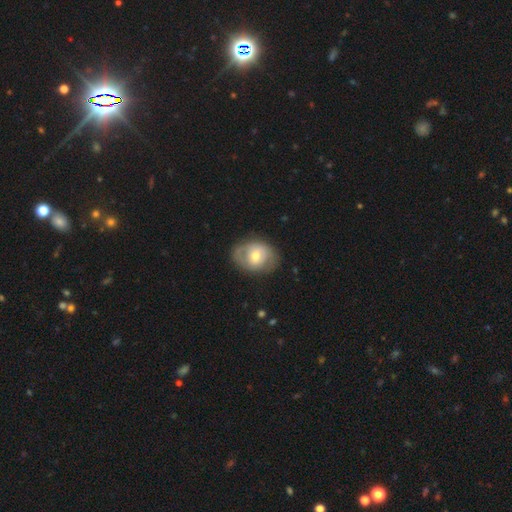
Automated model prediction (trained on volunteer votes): The model was most divided on "smooth or featured": featured or disk: 52%, smooth: 42%, star or artifact: 6%. More confident: edge-on disk — no (95%); merging — none (74%).